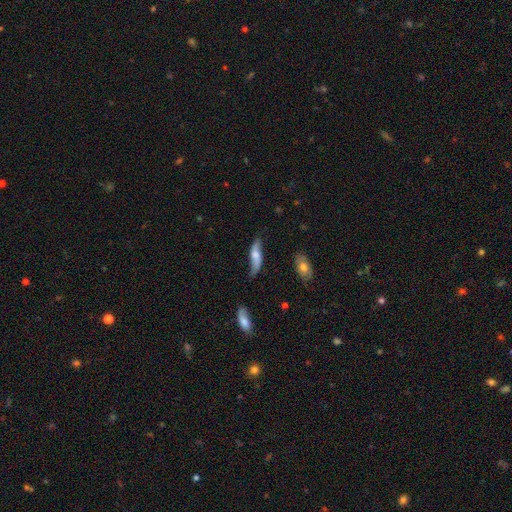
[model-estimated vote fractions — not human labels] smooth_or_featured: featured or disk (p=0.58) [alt: smooth p=0.35]
disk_edge_on: no (p=0.70) [alt: yes p=0.30]
merging: none (p=0.62) [alt: minor disturbance p=0.26]